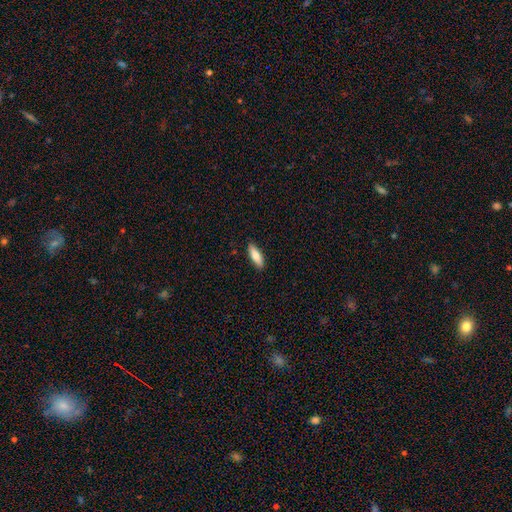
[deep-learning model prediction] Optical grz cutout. It shows a smooth galaxy with no disk features (76%) that is in between round and cigar-shaped (53%). Merging: none (89%).